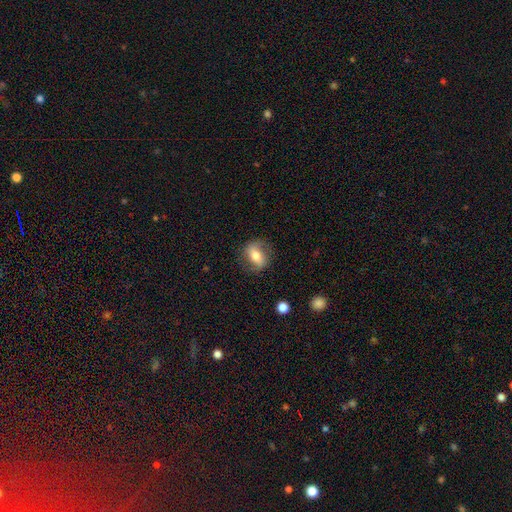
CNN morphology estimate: smooth-or-featured: smooth: 50% | featured or disk: 42% | star or artifact: 8%
  how-rounded: in between: 62% | round: 32% | cigar-shaped: 6%
  merging: none: 77% | minor disturbance: 15% | major disturbance: 6% | merger: 1%